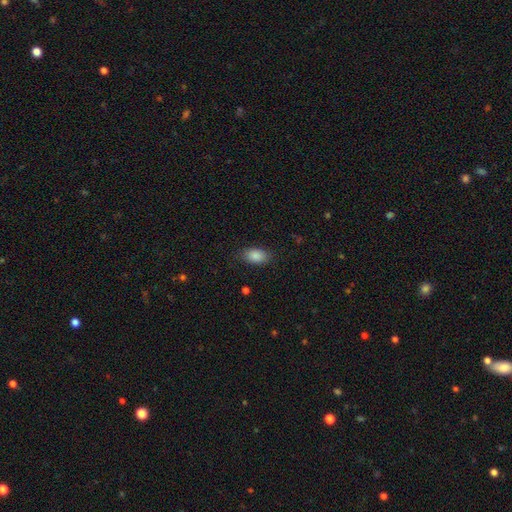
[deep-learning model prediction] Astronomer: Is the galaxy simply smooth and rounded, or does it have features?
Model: smooth — 87%.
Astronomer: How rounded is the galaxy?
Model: in between — 91%.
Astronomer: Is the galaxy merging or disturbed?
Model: none — 83%.